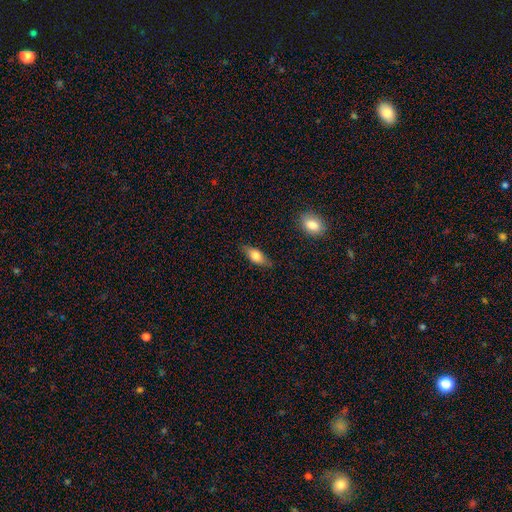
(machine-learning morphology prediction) smooth_or_featured: smooth (p=0.70) [alt: featured or disk p=0.23]
how_rounded: in between (p=0.77) [alt: cigar-shaped p=0.19]
merging: none (p=0.81) [alt: minor disturbance p=0.14]